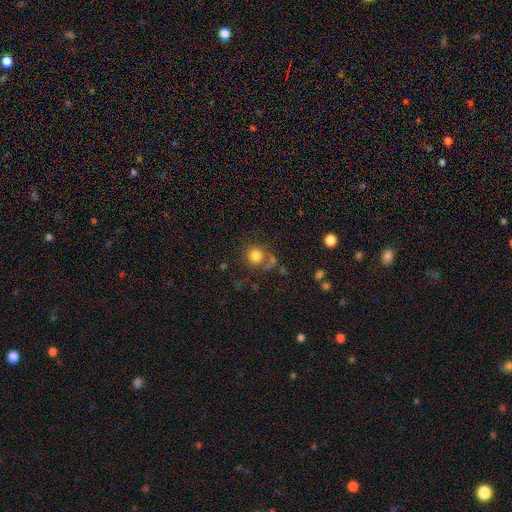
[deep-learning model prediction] Smooth or featured? smooth (78%)
How rounded? round (88%)
Merging? none (58%)